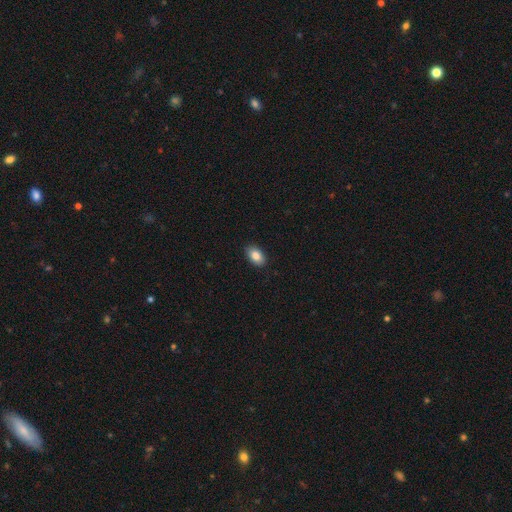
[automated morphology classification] Q: Smooth or featured?
A: smooth (86%); runner-up: star or artifact (8%)
Q: How rounded?
A: in between (90%); runner-up: round (9%)
Q: Merging?
A: none (89%); runner-up: minor disturbance (8%)